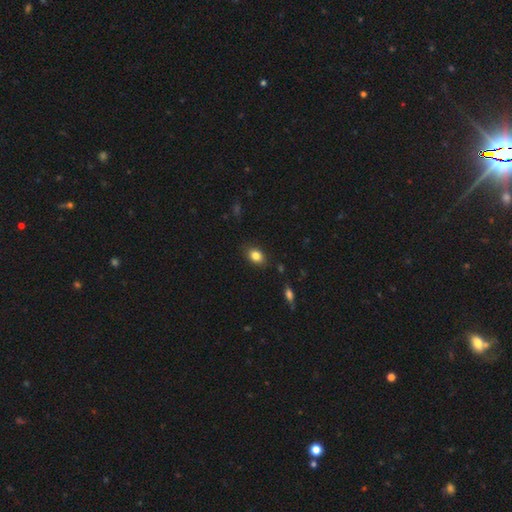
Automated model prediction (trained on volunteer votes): Morphology: type=smooth (83%); roundness=in between (73%); merging=none (84%).